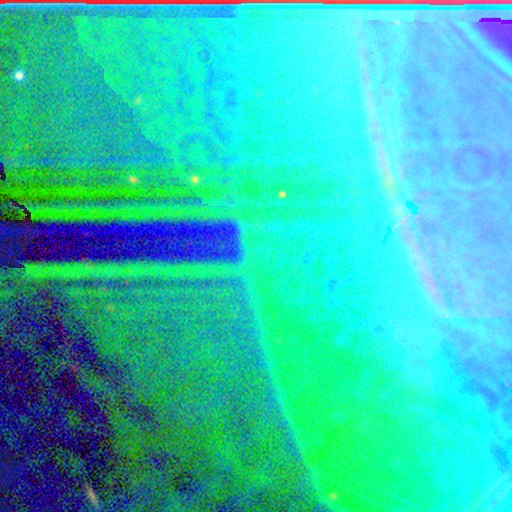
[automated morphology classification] Smooth or featured? star or artifact (85%)